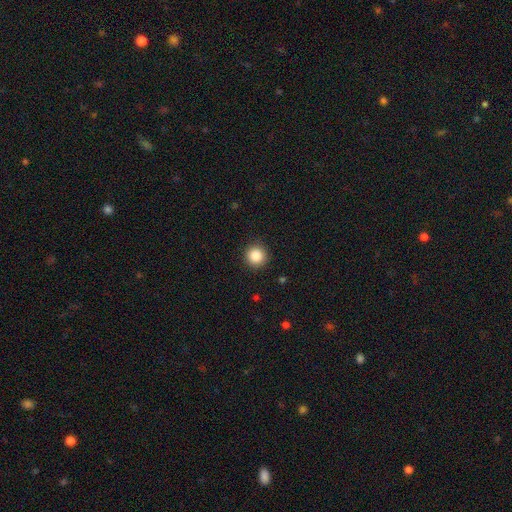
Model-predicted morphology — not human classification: This is clearly a smooth galaxy (87%). How rounded: clearly round (95%). Merging: clearly none (91%).